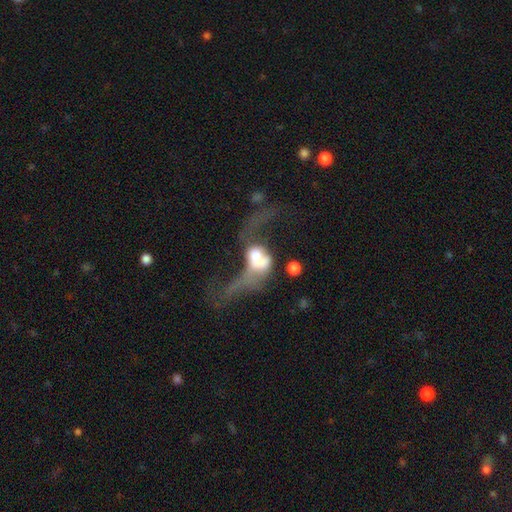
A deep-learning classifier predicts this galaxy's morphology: Q: Smooth or featured?
A: featured or disk (51%); runner-up: smooth (39%)
Q: Edge-on disk?
A: no (88%); runner-up: yes (12%)
Q: Merging?
A: merger (48%); runner-up: major disturbance (36%)